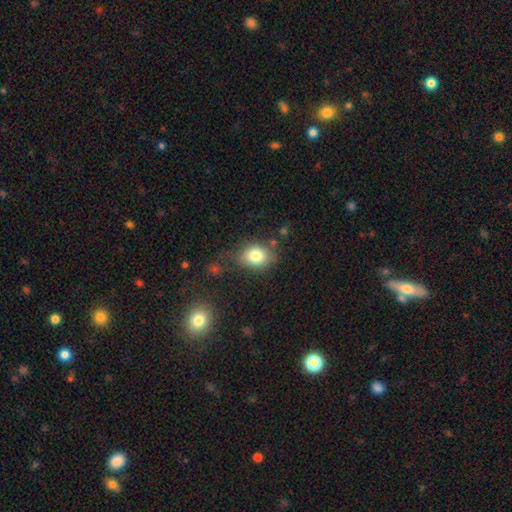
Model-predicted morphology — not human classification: This appears to be a smooth galaxy with no disk features (80%) that is in between round and cigar-shaped (55%). Merging: none (70%).